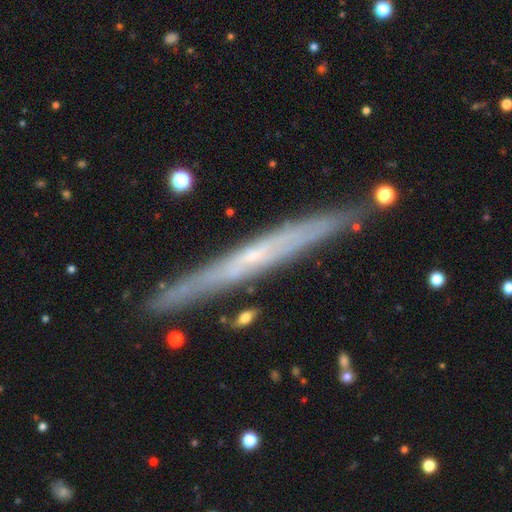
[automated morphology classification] Smooth or featured? Predicted: featured or disk (p=0.68). Edge-on disk? Predicted: yes (p=0.93). Edge-on bulge? Predicted: none (p=0.71). Merging? Predicted: none (p=0.87).